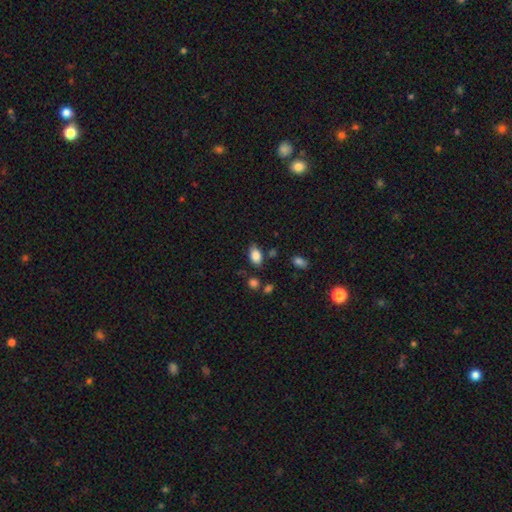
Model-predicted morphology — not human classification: Smooth or featured?
  - smooth: 85% *
  - star or artifact: 9%
  - featured or disk: 6%
How rounded?
  - in between: 88% *
  - round: 10%
  - cigar-shaped: 2%
Merging?
  - none: 73% *
  - minor disturbance: 18%
  - merger: 4%
  - major disturbance: 4%